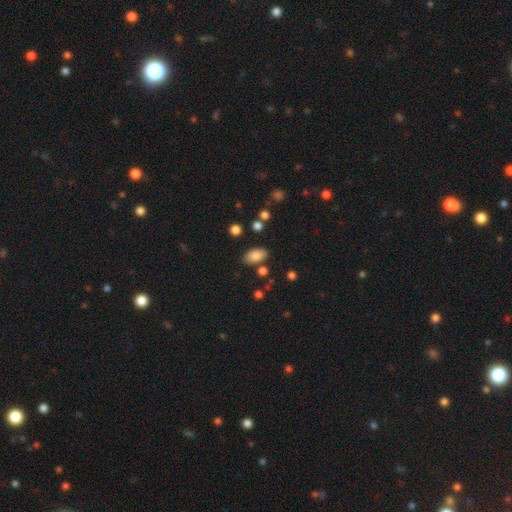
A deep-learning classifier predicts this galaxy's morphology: Q: Smooth or featured?
A: smooth (85%); runner-up: star or artifact (9%)
Q: How rounded?
A: in between (92%); runner-up: round (5%)
Q: Merging?
A: none (78%); runner-up: minor disturbance (13%)